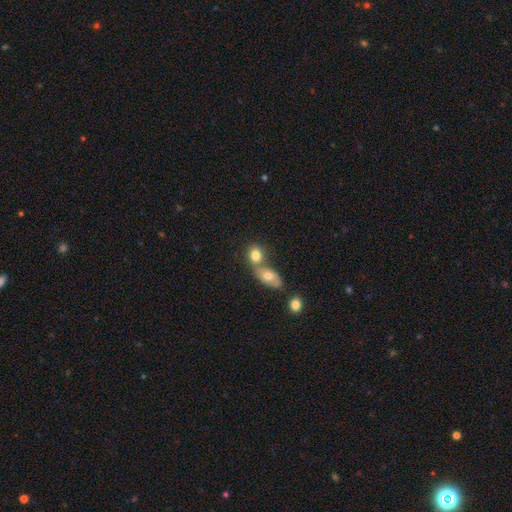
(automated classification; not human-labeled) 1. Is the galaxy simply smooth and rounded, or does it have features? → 78% smooth, 13% featured or disk, 9% star or artifact.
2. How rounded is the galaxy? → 55% in between, 42% round, 2% cigar-shaped.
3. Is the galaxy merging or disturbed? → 49% merger, 39% none, 9% minor disturbance, 3% major disturbance.